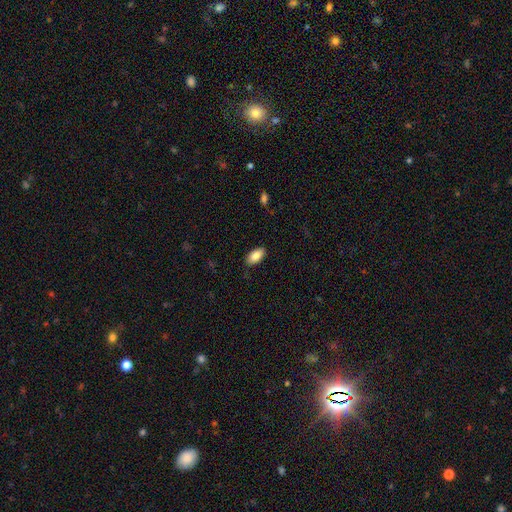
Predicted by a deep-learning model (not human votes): Smooth or featured?
  - smooth: 86% *
  - featured or disk: 7%
  - star or artifact: 7%
How rounded?
  - in between: 93% *
  - cigar-shaped: 4%
  - round: 3%
Merging?
  - none: 86% *
  - minor disturbance: 11%
  - major disturbance: 2%
  - merger: 1%